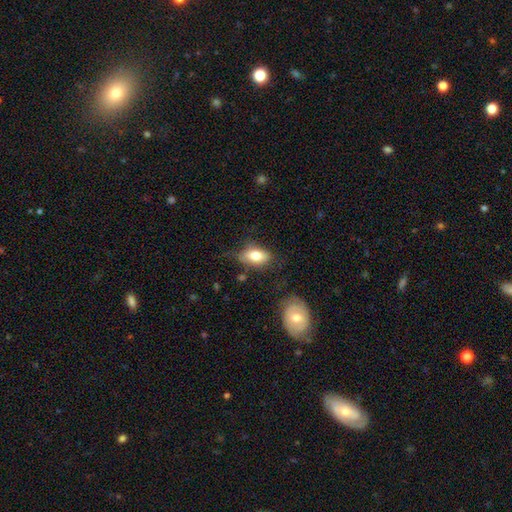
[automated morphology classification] This appears to be a smooth galaxy with no disk features (75%) that is in between round and cigar-shaped (87%). Merging: none (64%).